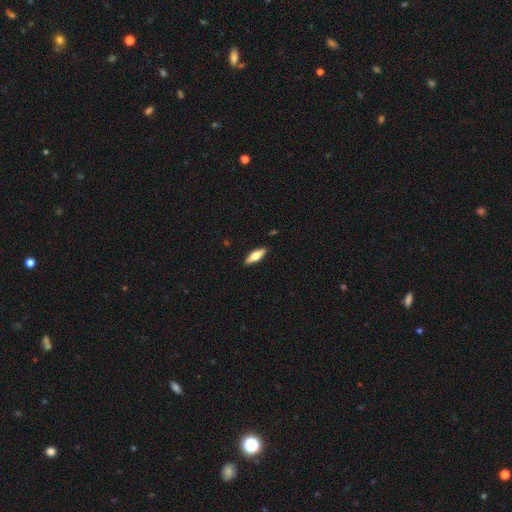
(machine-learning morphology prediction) Smooth or featured: smooth — 54% (featured or disk — 40%)
How rounded: in between — 51% (cigar-shaped — 47%)
Merging: none — 89% (minor disturbance — 8%)